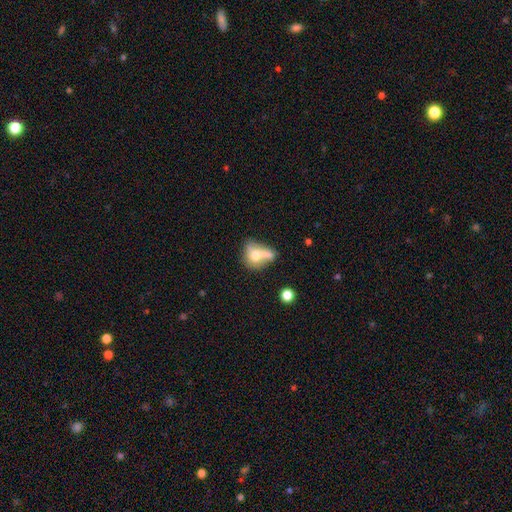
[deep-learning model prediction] A smooth galaxy with no disk features (62%) that is in between round and cigar-shaped (49%). Merging: merger (48%).